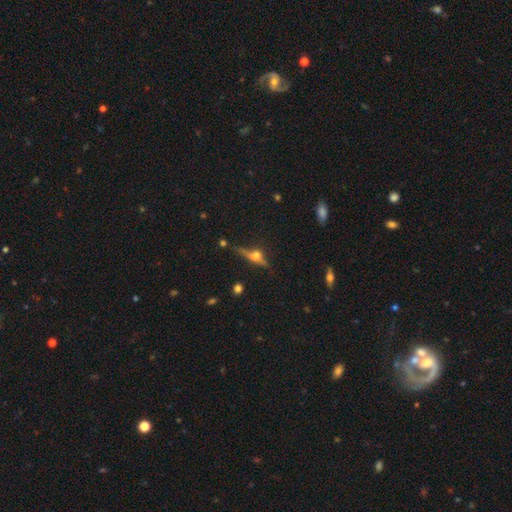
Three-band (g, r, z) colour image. It shows a smooth galaxy with no disk features (54%) that is cigar-shaped (57%). Merging: none (68%).